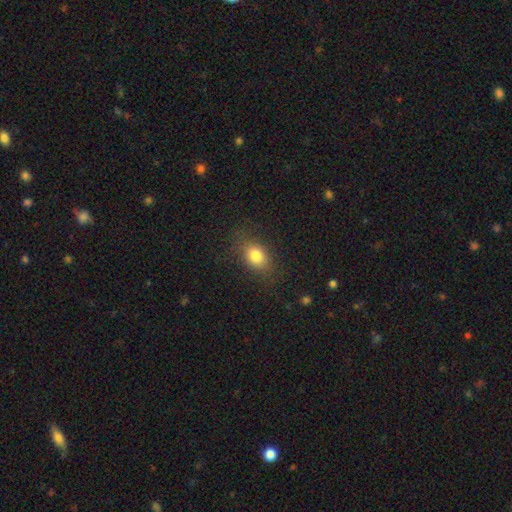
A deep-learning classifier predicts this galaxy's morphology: Smooth or featured? smooth (81%)
How rounded? in between (68%)
Merging? none (80%)